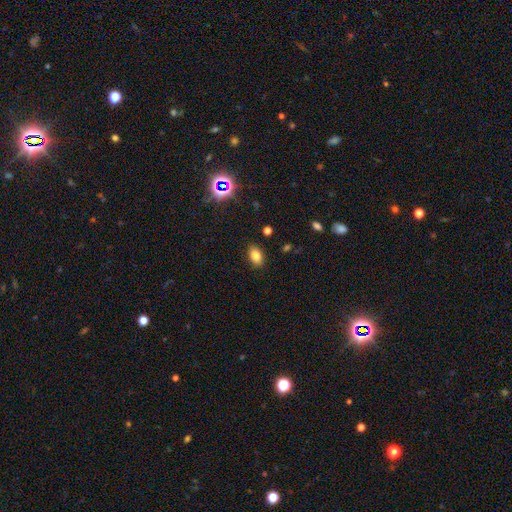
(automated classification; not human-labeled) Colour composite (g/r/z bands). It shows a smooth galaxy with no disk features (81%) that is in between round and cigar-shaped (89%). Merging: none (87%).